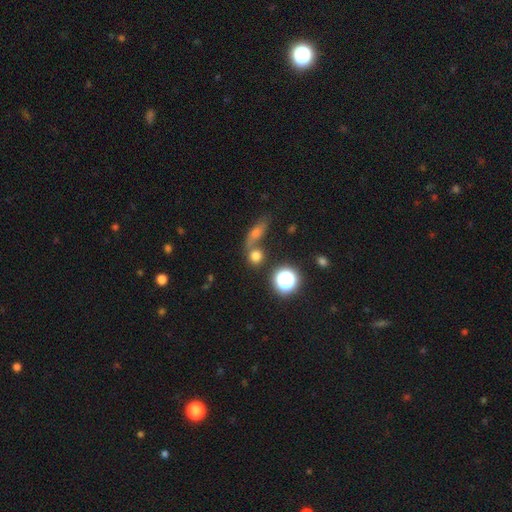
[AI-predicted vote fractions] smooth_or_featured: smooth (p=0.71) [alt: star or artifact p=0.19]
how_rounded: round (p=0.77) [alt: in between p=0.19]
merging: none (p=0.51) [alt: merger p=0.35]